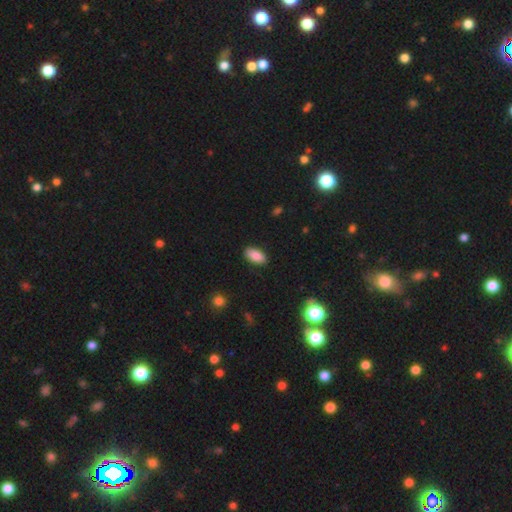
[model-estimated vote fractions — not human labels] The model was most divided on "merging": none: 89%, minor disturbance: 8%, major disturbance: 2%, merger: 1%. More confident: how rounded — in between (93%); smooth or featured — smooth (88%).